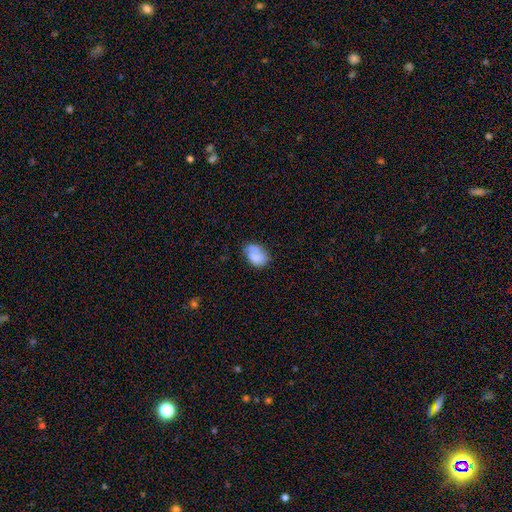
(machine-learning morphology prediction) smooth 74%, featured or disk 18%, star or artifact 9%. Down the decision tree: how rounded — in between (83%); merging — none (57%).